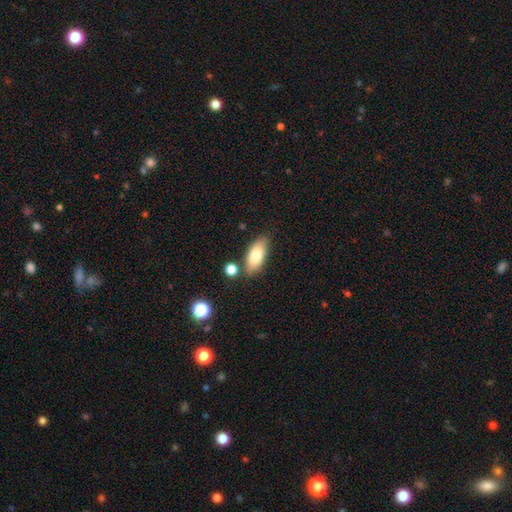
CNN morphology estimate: The model was most divided on "smooth or featured": smooth: 78%, featured or disk: 15%, star or artifact: 7%. More confident: how rounded — in between (83%); merging — none (77%).